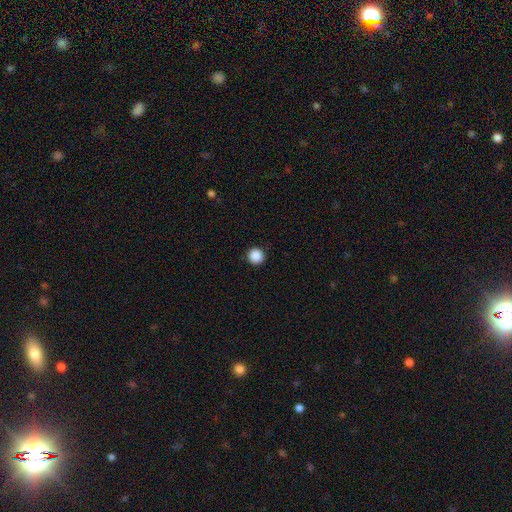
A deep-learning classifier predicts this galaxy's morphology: The model was most divided on "smooth or featured": smooth: 88%, star or artifact: 10%, featured or disk: 2%. More confident: how rounded — round (96%); merging — none (93%).